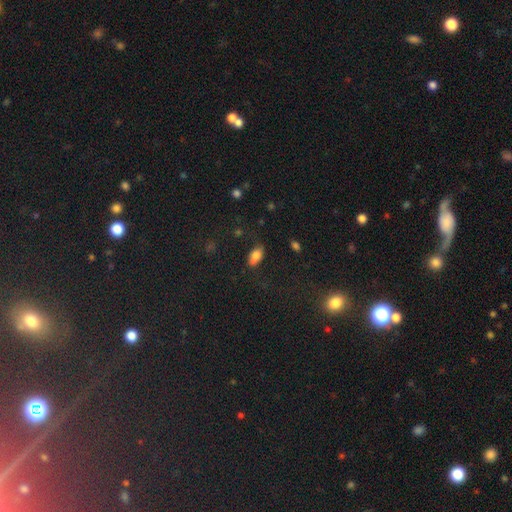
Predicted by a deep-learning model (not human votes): Smooth or featured?
  - smooth: 79% *
  - featured or disk: 11%
  - star or artifact: 10%
How rounded?
  - in between: 90% *
  - cigar-shaped: 5%
  - round: 5%
Merging?
  - none: 68% *
  - minor disturbance: 22%
  - major disturbance: 7%
  - merger: 3%